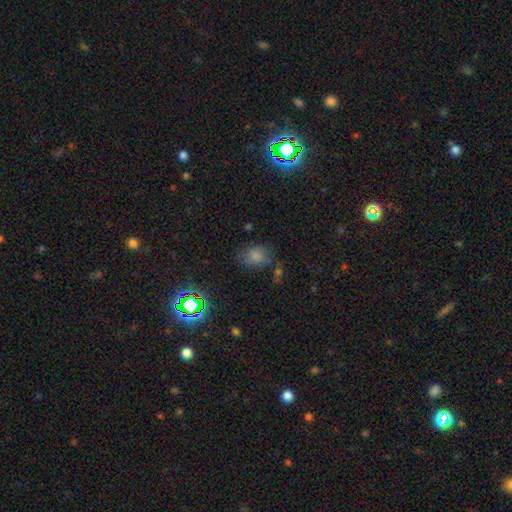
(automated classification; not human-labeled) A smooth galaxy with no disk features (70%) that is in between round and cigar-shaped (70%).

Vote fractions:
- Smooth or featured? smooth: 70% / star or artifact: 16% / featured or disk: 15%
- How rounded? in between: 70% / round: 29% / cigar-shaped: 1%
- Merging? none: 56% / minor disturbance: 26% / major disturbance: 12% / merger: 6%